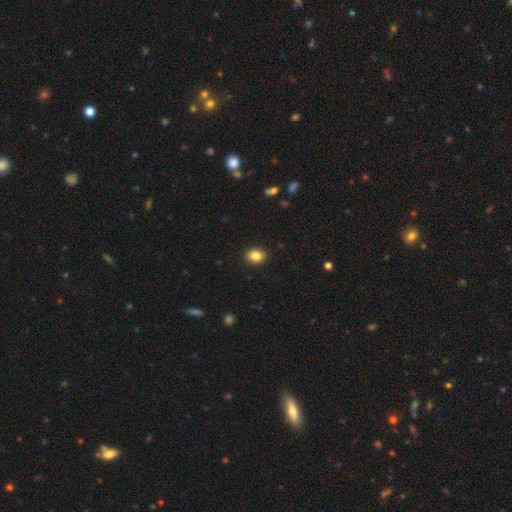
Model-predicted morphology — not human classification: smooth_or_featured: smooth (p=0.85) [alt: star or artifact p=0.09]
how_rounded: in between (p=0.57) [alt: round p=0.42]
merging: none (p=0.91) [alt: minor disturbance p=0.06]